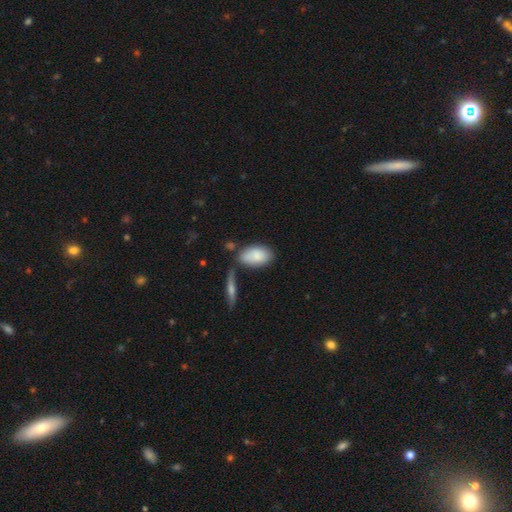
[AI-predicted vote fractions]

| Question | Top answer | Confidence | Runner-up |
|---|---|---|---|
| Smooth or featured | smooth | 83% | featured or disk (11%) |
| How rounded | in between | 92% | round (5%) |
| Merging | none | 59% | minor disturbance (20%) |